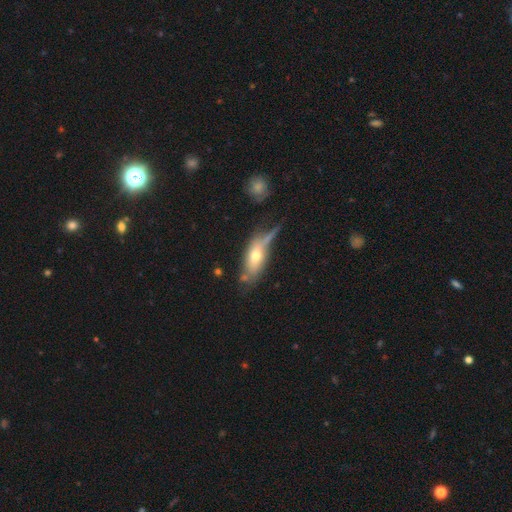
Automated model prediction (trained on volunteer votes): Q: Smooth or featured?
A: smooth (55%); runner-up: featured or disk (37%)
Q: How rounded?
A: in between (73%); runner-up: cigar-shaped (23%)
Q: Merging?
A: none (46%); runner-up: minor disturbance (24%)